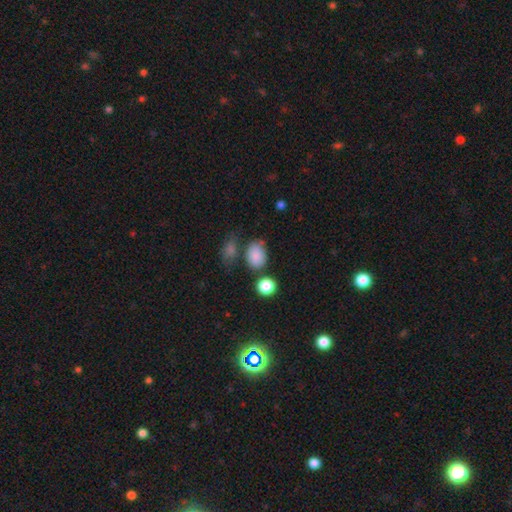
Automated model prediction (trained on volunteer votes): smooth_or_featured: smooth (p=0.85) [alt: star or artifact p=0.10]
how_rounded: in between (p=0.73) [alt: round p=0.25]
merging: none (p=0.63) [alt: minor disturbance p=0.19]